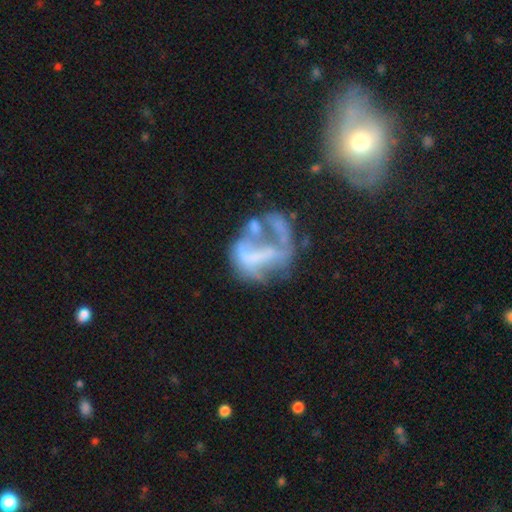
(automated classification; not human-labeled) featured or disk 63%, smooth 23%, star or artifact 15%. Down the decision tree: edge-on disk — no (97%); bar — no (67%); spiral arms — no (77%); bulge size — none (72%); merging — major disturbance (42%).